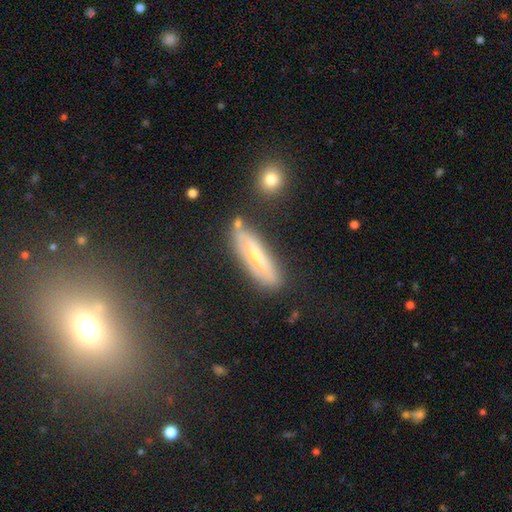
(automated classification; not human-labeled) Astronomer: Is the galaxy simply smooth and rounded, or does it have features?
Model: featured or disk — 55% (runner-up: smooth, 35%).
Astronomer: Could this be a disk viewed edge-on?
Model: no — 56% (runner-up: yes, 44%).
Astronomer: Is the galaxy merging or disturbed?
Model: none — 75%.